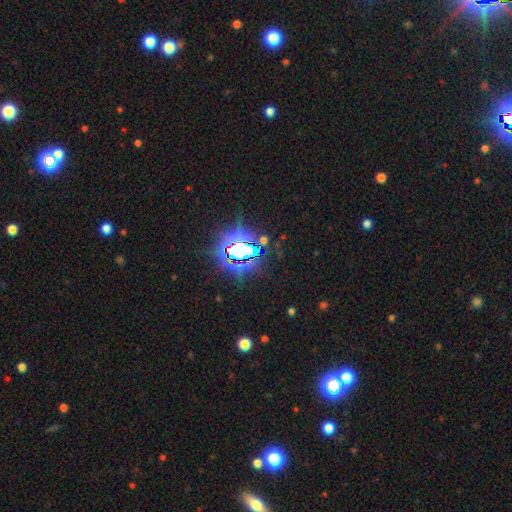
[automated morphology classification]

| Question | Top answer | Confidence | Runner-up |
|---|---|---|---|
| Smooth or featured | star or artifact | 79% | smooth (11%) |